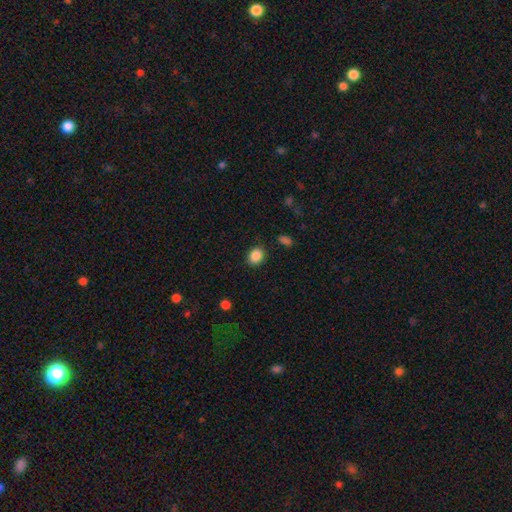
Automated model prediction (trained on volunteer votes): smooth 87%, star or artifact 9%, featured or disk 4%. Down the decision tree: how rounded — round (50%); merging — none (86%).